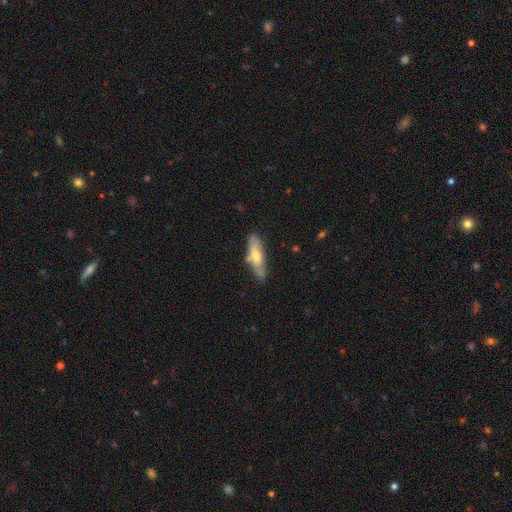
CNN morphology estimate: This is possibly a smooth galaxy (54%). How rounded: possibly cigar-shaped (56%). Merging: likely none (71%).